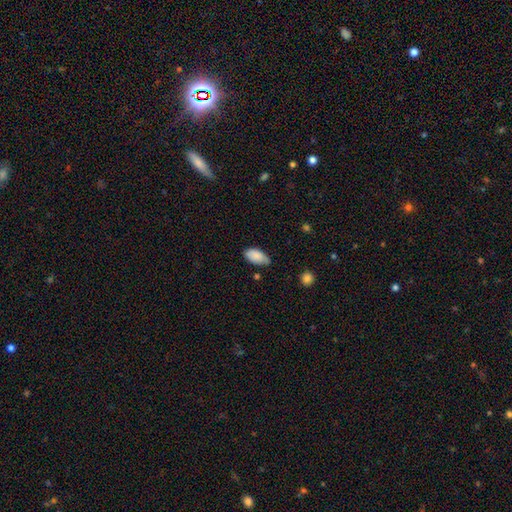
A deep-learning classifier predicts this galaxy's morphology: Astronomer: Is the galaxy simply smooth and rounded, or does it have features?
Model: smooth — 86%.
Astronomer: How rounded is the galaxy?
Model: in between — 95%.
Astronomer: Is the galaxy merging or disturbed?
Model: none — 63%.